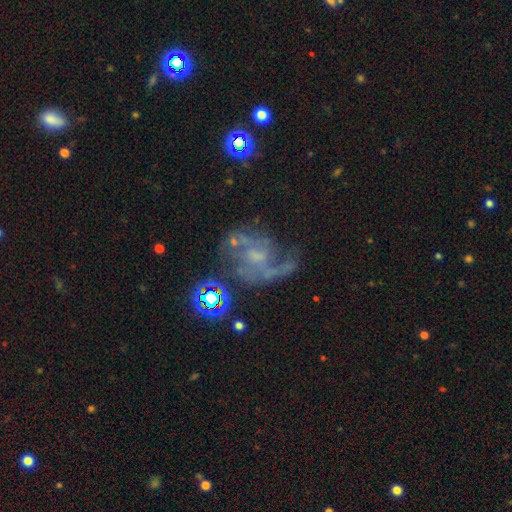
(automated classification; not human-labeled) A featured or disk galaxy (75%) with no bar (48%), 2 (64%) loose (47%) spiral arms (85%) and no central bulge (38%).

Vote fractions:
- Smooth or featured? featured or disk: 75% / star or artifact: 14% / smooth: 11%
- Edge-on disk? no: 97% / yes: 3%
- Bar? no: 48% / weak: 42% / strong: 10%
- Spiral arms? yes: 85% / no: 15%
- Spiral winding? loose: 47% / medium: 40% / tight: 12%
- Spiral arm count? 2: 64% / can't tell: 13% / 1: 13% / 3: 5% / 4: 3% / more than 4: 2%
- Bulge size? none: 38% / small: 35% / moderate: 23% / large: 4% / dominant: 1%
- Merging? none: 46% / major disturbance: 26% / minor disturbance: 20% / merger: 7%